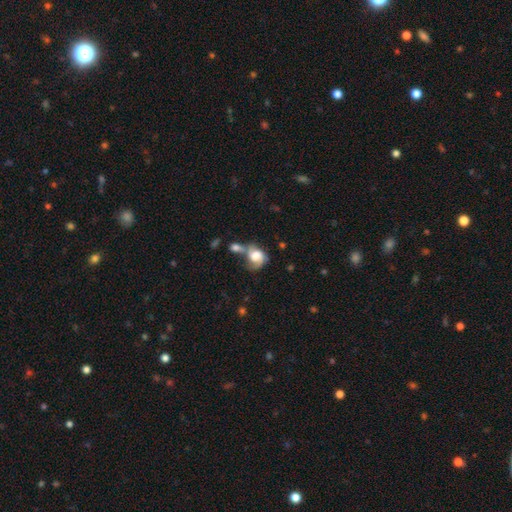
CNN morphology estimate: Smooth or featured: featured or disk — 46% (smooth — 45%)
Merging: merger — 43% (none — 22%)